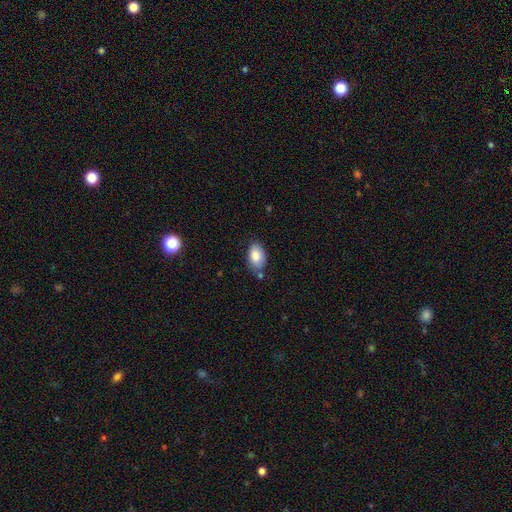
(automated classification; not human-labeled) Morphology: type=smooth (84%); roundness=in between (92%); merging=none (71%).